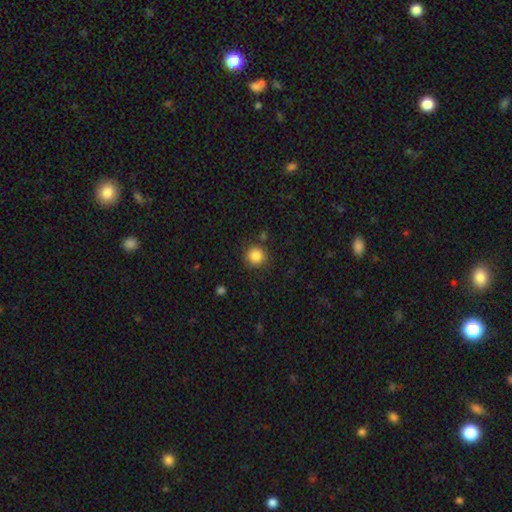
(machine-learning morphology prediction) smooth 86%, star or artifact 10%, featured or disk 4%. Down the decision tree: how rounded — round (94%); merging — none (86%).